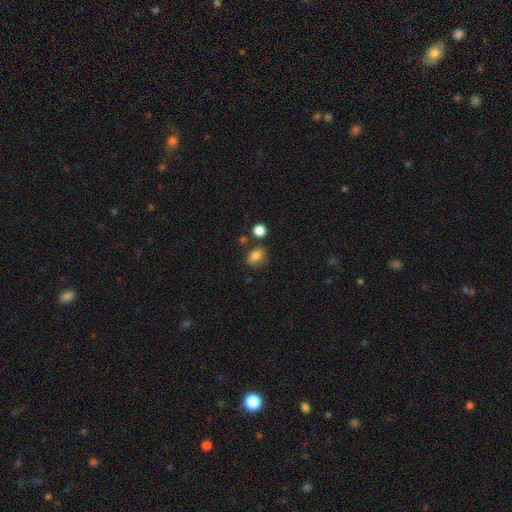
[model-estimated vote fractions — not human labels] A smooth galaxy with no disk features (82%) that is in between round and cigar-shaped (63%).

Vote fractions:
- Smooth or featured? smooth: 82% / star or artifact: 11% / featured or disk: 7%
- How rounded? in between: 63% / round: 36% / cigar-shaped: 1%
- Merging? none: 71% / minor disturbance: 18% / merger: 7% / major disturbance: 5%